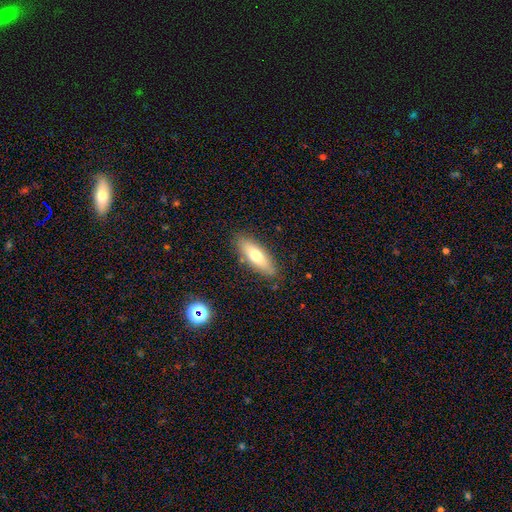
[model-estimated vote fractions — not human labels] smooth 66%, featured or disk 27%, star or artifact 7%. Down the decision tree: how rounded — in between (57%); merging — none (84%).